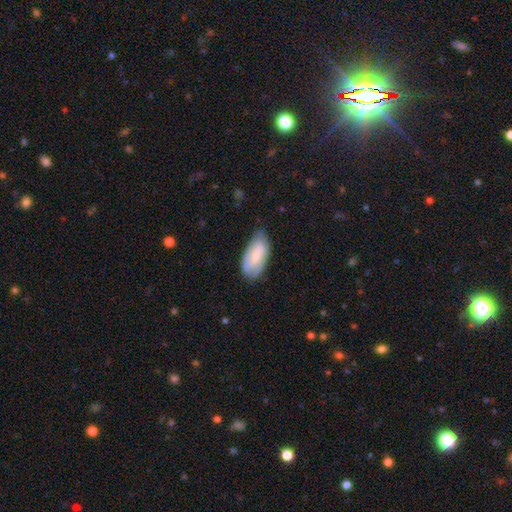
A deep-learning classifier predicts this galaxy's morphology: Smooth or featured?
  - smooth: 66% *
  - featured or disk: 28%
  - star or artifact: 6%
How rounded?
  - in between: 92% *
  - cigar-shaped: 5%
  - round: 2%
Merging?
  - none: 66% *
  - minor disturbance: 28%
  - major disturbance: 5%
  - merger: 1%